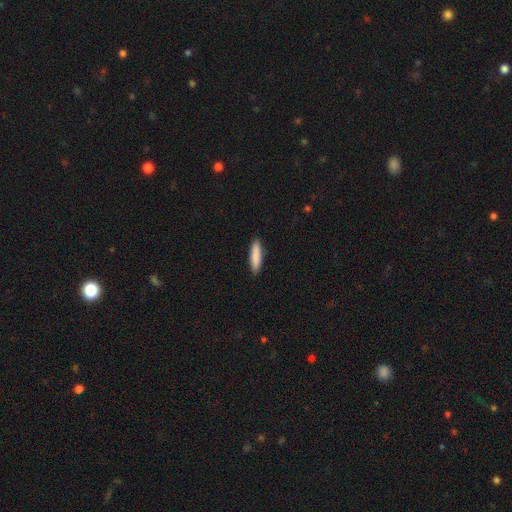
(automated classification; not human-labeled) smooth 87%, featured or disk 8%, star or artifact 6%. Down the decision tree: how rounded — cigar-shaped (78%); merging — none (90%).